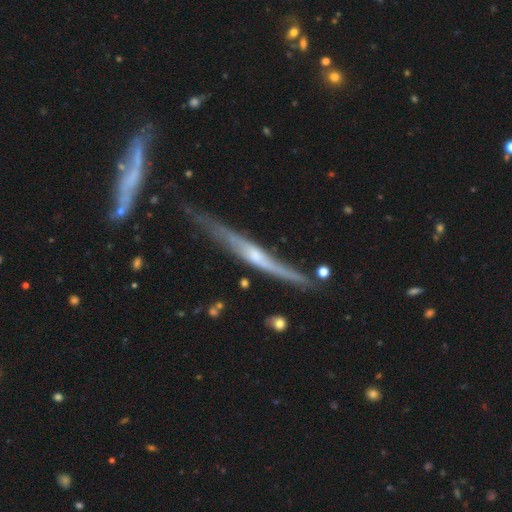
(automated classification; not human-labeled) smooth-or-featured: featured or disk: 79% | smooth: 15% | star or artifact: 6%
  disk-edge-on: yes: 93% | no: 7%
    edge-on-bulge: rounded: 60% | none: 30% | boxy: 10%
  merging: none: 66% | minor disturbance: 22% | major disturbance: 6% | merger: 6%